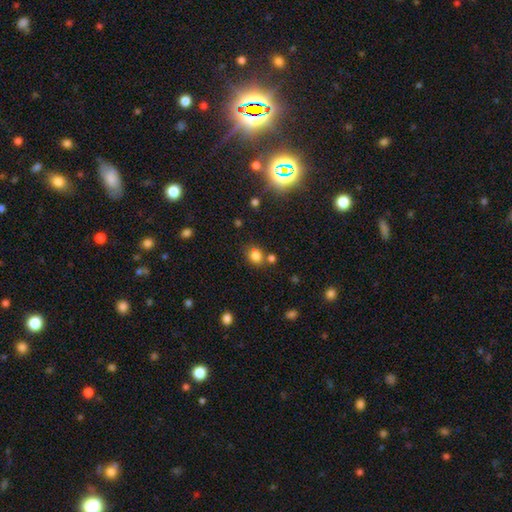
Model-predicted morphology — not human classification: Smooth or featured? smooth (80%)
How rounded? round (66%)
Merging? none (68%)